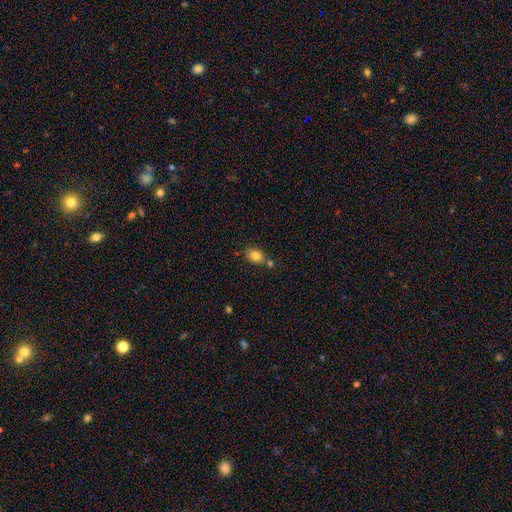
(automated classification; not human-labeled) Smooth or featured? Predicted: smooth (p=0.82). How rounded? Predicted: in between (p=0.76). Merging? Predicted: none (p=0.64).